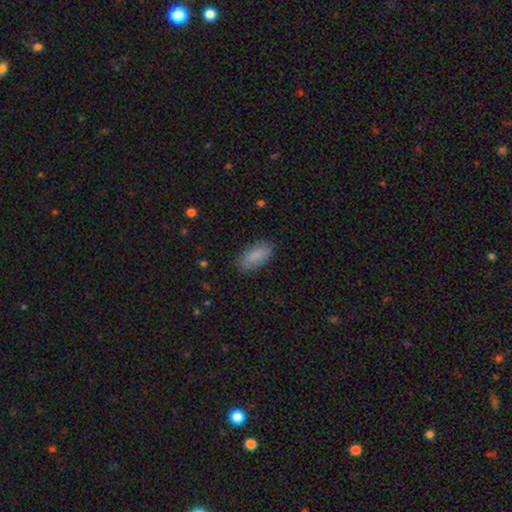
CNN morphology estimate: Smooth or featured?
  - smooth: 87% *
  - star or artifact: 7%
  - featured or disk: 6%
How rounded?
  - in between: 88% *
  - cigar-shaped: 9%
  - round: 2%
Merging?
  - none: 84% *
  - minor disturbance: 12%
  - major disturbance: 3%
  - merger: 1%